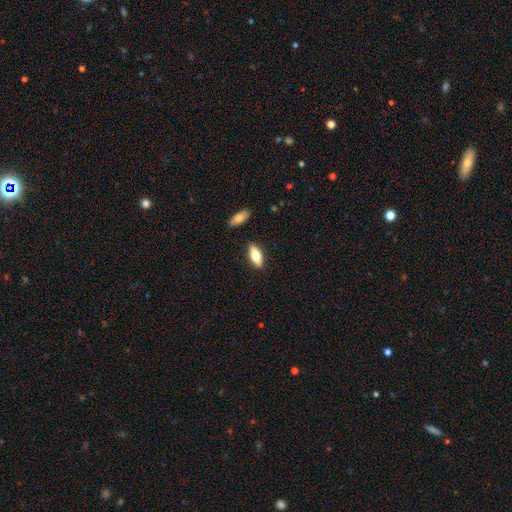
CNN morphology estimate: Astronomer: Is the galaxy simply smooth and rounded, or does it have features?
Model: smooth — 65%.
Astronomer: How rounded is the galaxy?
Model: in between — 72%.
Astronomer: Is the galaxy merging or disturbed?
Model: none — 86%.